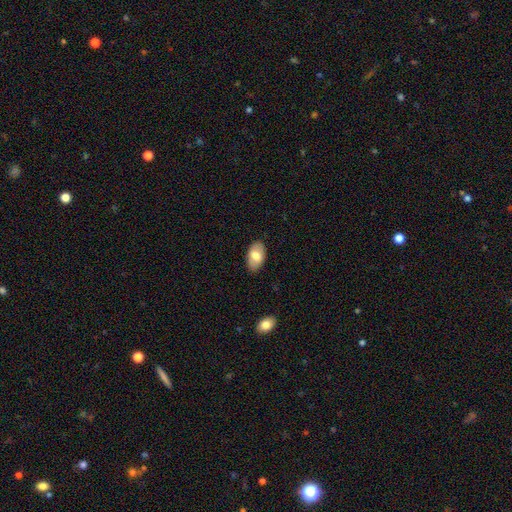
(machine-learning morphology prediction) Overall: smooth (72%). How rounded: in between (94%). Merging: none (86%).